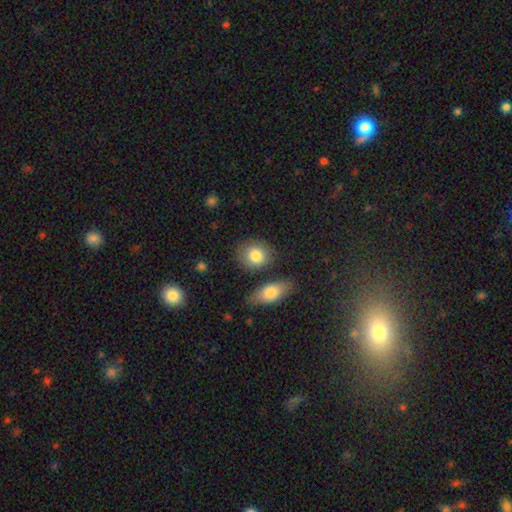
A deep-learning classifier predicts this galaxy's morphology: Smooth or featured: smooth — 83% (featured or disk — 9%)
How rounded: round — 71% (in between — 28%)
Merging: none — 77% (minor disturbance — 11%)